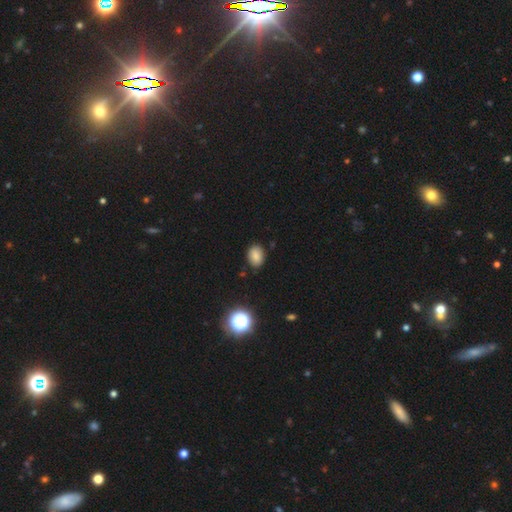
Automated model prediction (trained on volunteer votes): smooth 82%, star or artifact 12%, featured or disk 6%. Down the decision tree: how rounded — in between (73%); merging — none (85%).